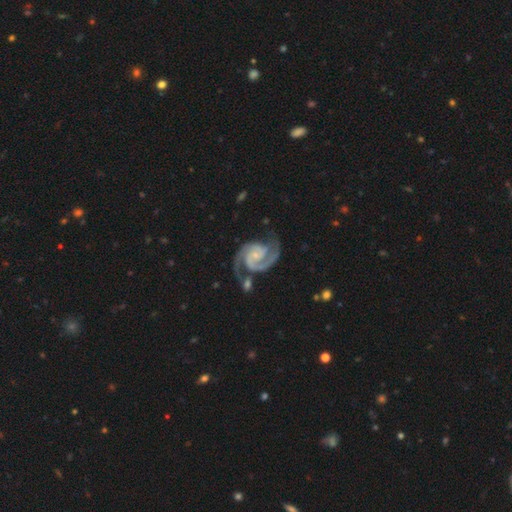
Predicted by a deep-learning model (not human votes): This is clearly a featured or disk galaxy (94%). It is clearly not viewed edge-on (98%). Bar: possibly no (58%). Spiral arm pattern: clearly yes (99%). Spiral arm count: clearly 2 (92%). Spiral winding: possibly medium (54%). Central bulge: likely small (72%). Merging: likely none (63%).